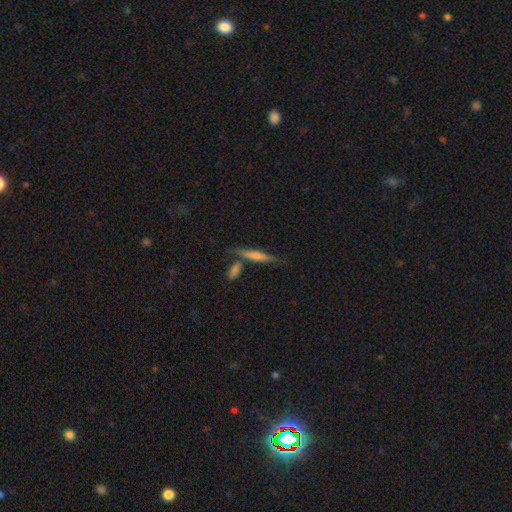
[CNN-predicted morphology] Smooth or featured: featured or disk — 49% (smooth — 42%)
Merging: none — 71% (merger — 15%)